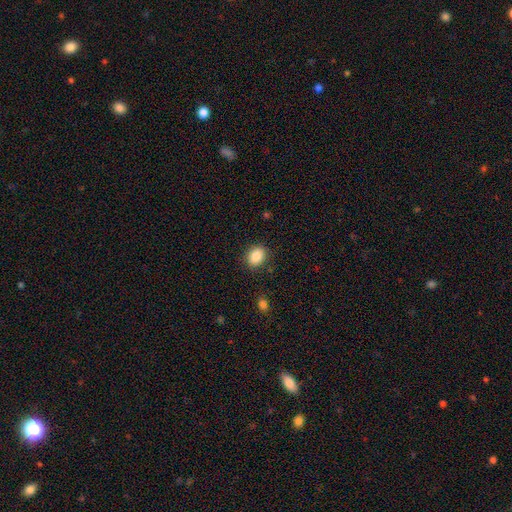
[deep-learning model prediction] This appears to be a smooth galaxy with no disk features (87%) that is in between round and cigar-shaped (56%). Merging: none (86%).